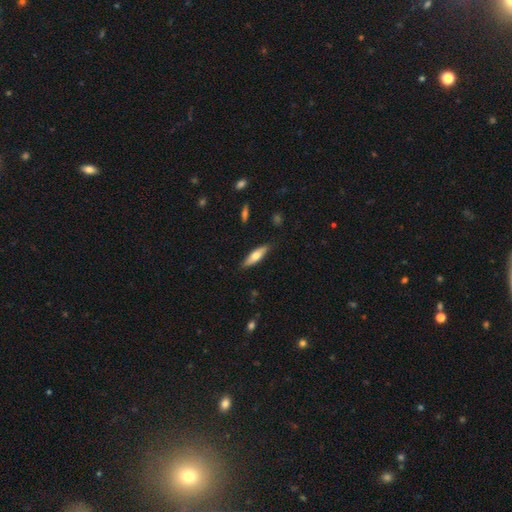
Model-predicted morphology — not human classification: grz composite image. It shows a smooth galaxy with no disk features (60%) that is cigar-shaped (56%). Merging: none (84%).